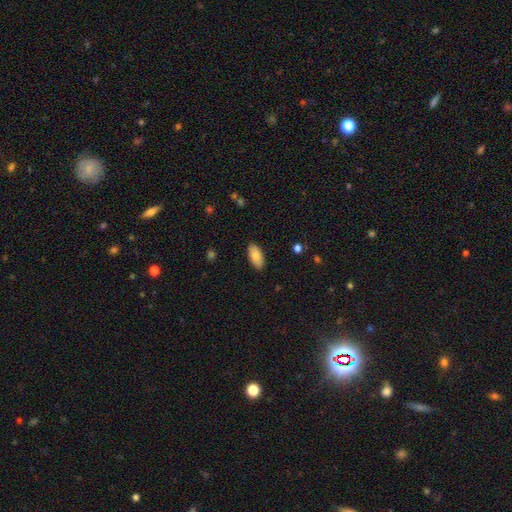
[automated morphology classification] type=smooth (82%); roundness=in between (92%); merging=none (88%).